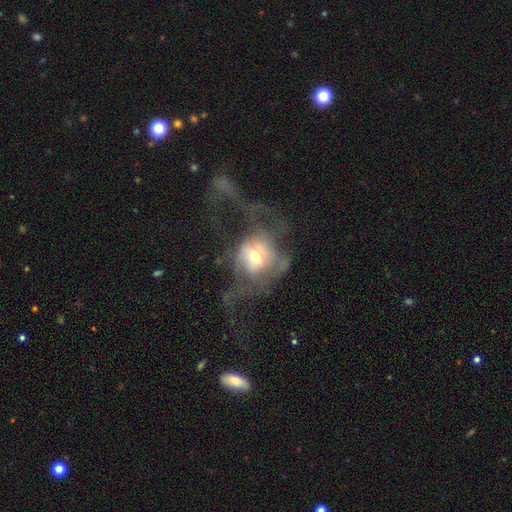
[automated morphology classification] Smooth or featured: featured or disk — 47% (smooth — 43%)
Merging: major disturbance — 64% (none — 20%)